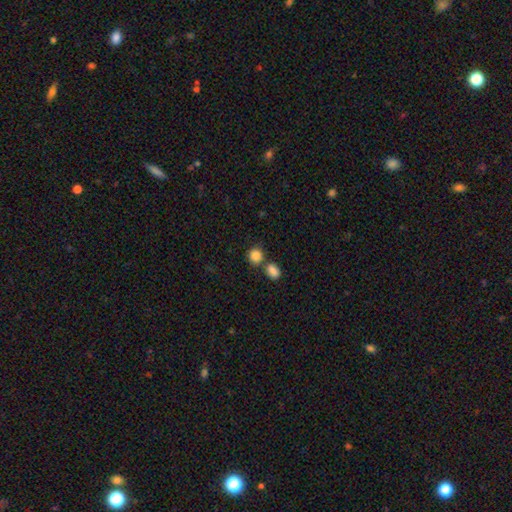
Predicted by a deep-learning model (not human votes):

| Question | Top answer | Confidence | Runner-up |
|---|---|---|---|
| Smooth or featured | smooth | 86% | star or artifact (9%) |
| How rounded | round | 78% | in between (21%) |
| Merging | none | 58% | merger (31%) |